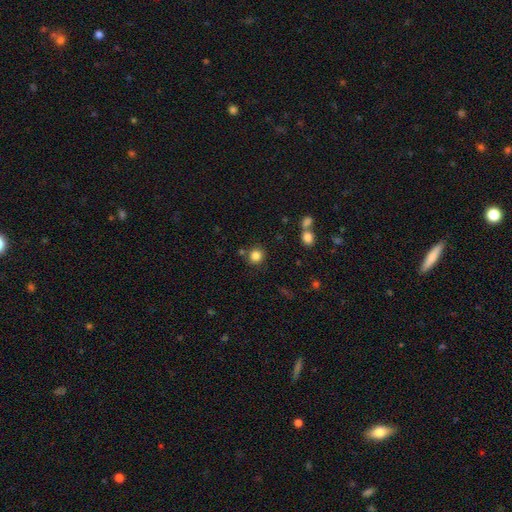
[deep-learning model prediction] Smooth or featured? Predicted: smooth (p=0.84). How rounded? Predicted: round (p=0.88). Merging? Predicted: none (p=0.81).